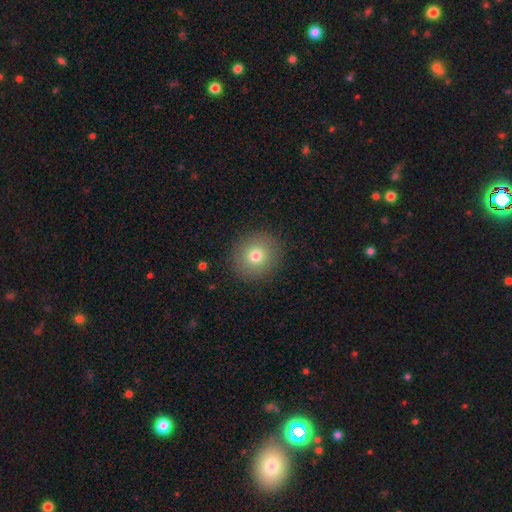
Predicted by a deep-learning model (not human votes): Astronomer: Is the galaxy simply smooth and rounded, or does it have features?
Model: smooth — 76%.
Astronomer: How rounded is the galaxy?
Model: round — 89%.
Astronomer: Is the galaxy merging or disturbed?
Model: none — 90%.